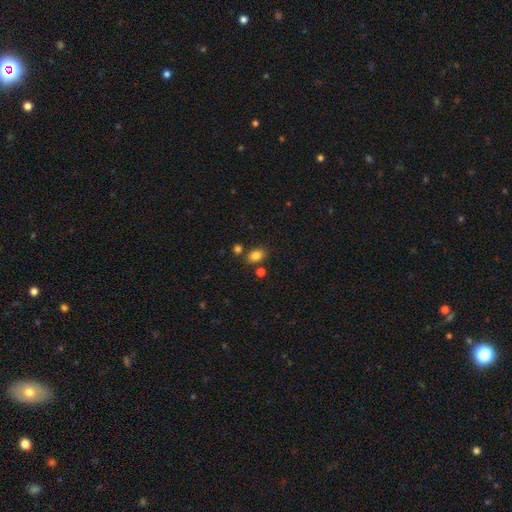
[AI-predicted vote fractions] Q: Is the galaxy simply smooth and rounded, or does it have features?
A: smooth — 82%.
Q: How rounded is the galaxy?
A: in between — 72%.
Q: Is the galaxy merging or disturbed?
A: none — 75%.